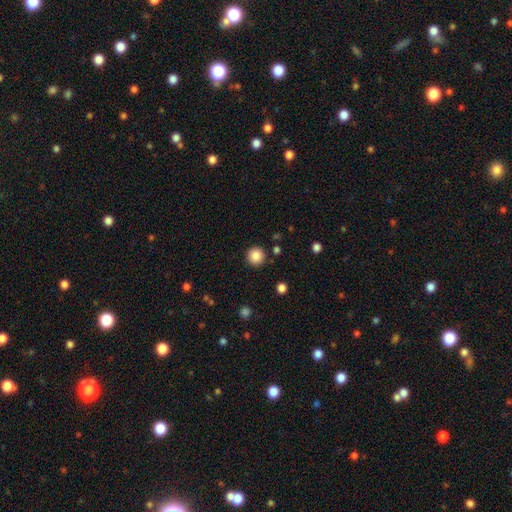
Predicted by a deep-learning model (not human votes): Smooth or featured? smooth (85%)
How rounded? round (95%)
Merging? none (90%)